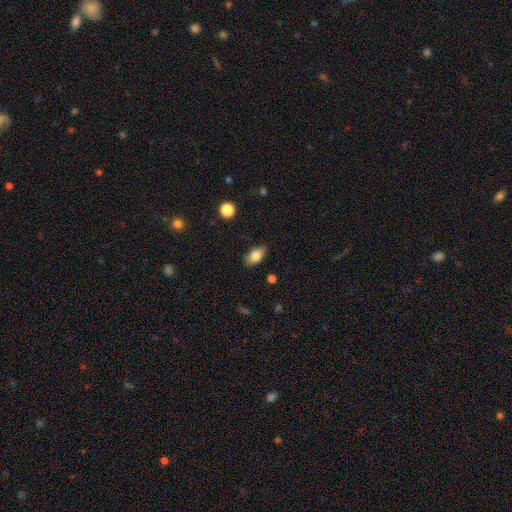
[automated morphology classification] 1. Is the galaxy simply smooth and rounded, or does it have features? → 80% smooth, 12% featured or disk, 8% star or artifact.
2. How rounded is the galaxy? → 88% in between, 8% round, 3% cigar-shaped.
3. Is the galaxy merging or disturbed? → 82% none, 15% minor disturbance, 3% major disturbance, 1% merger.